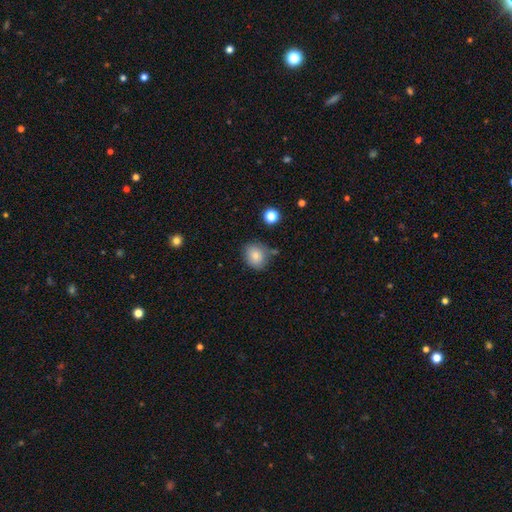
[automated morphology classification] smooth-or-featured: smooth: 83% | star or artifact: 9% | featured or disk: 8%
  how-rounded: round: 60% | in between: 39% | cigar-shaped: 1%
  merging: none: 72% | minor disturbance: 18% | merger: 6% | major disturbance: 4%